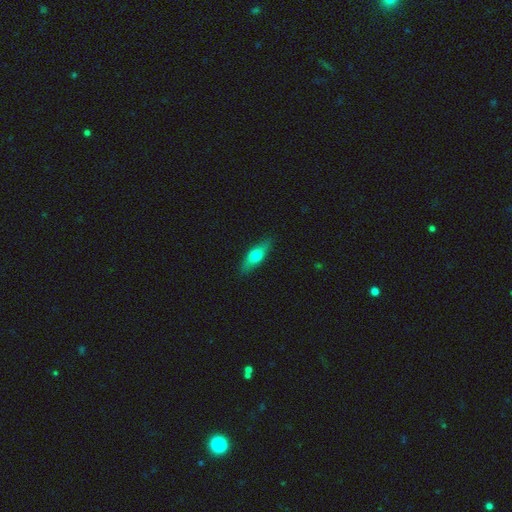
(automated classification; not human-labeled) Smooth or featured? Predicted: smooth (p=0.58). How rounded? Predicted: in between (p=0.51). Merging? Predicted: none (p=0.87).